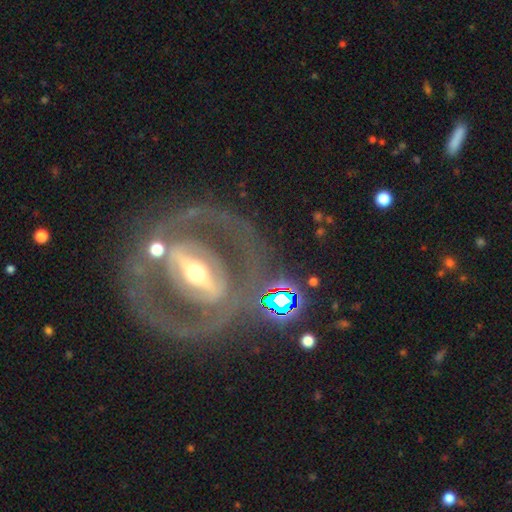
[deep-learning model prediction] smooth_or_featured: featured or disk (p=0.83) [alt: smooth p=0.09]
disk_edge_on: no (p=0.90) [alt: yes p=0.10]
bar: strong (p=0.73) [alt: weak p=0.17]
has_spiral_arms: yes (p=0.57) [alt: no p=0.43]
bulge_size: moderate (p=0.62) [alt: small p=0.28]
merging: none (p=0.67) [alt: major disturbance p=0.15]